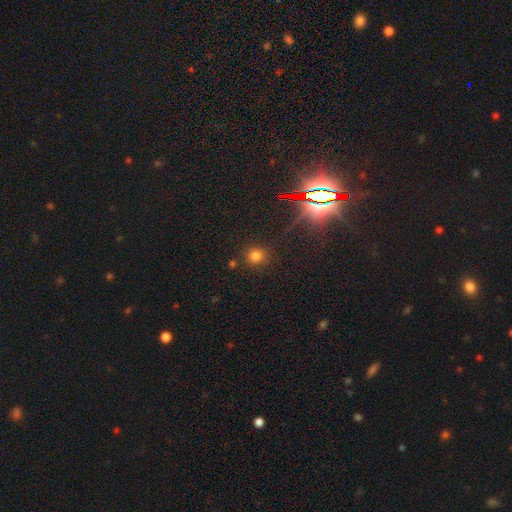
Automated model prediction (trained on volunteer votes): A smooth galaxy with no disk features (73%) that is round (91%). Merging: none (85%).